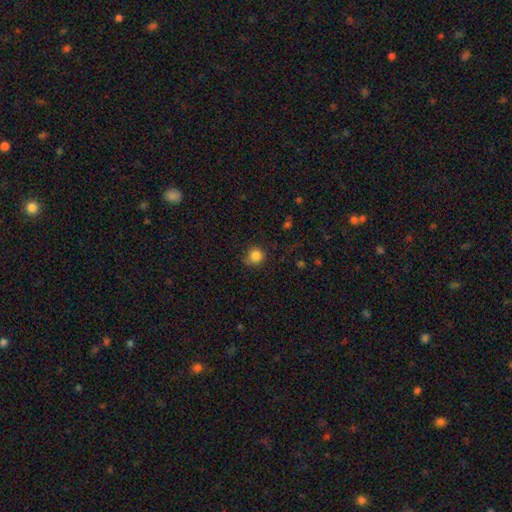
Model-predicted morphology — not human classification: This appears to be a smooth galaxy with no disk features (84%) that is round (89%). Merging: none (69%).